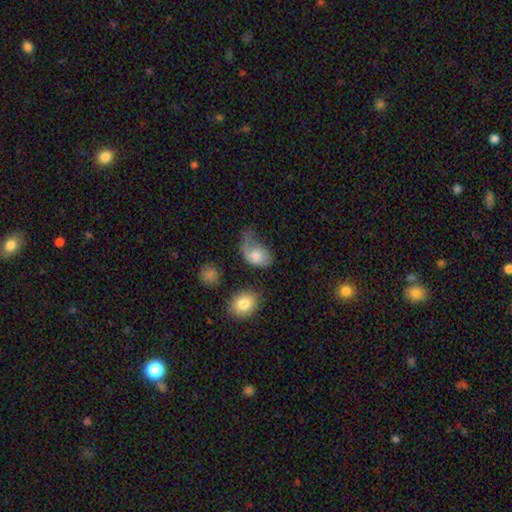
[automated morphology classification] The model was most divided on "merging": major disturbance: 47%, minor disturbance: 27%, none: 21%, merger: 5%. More confident: how rounded — in between (75%); smooth or featured — smooth (62%).